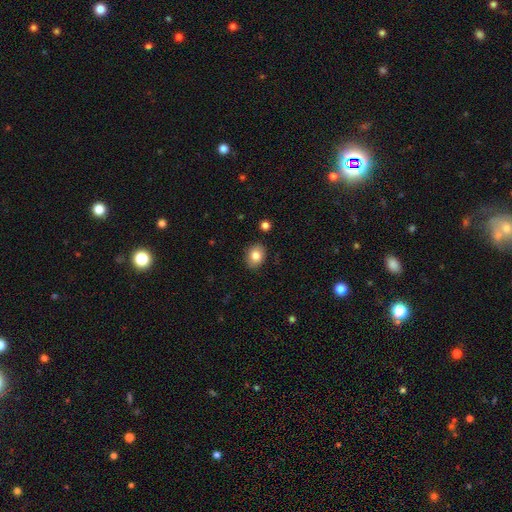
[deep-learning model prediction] Q: Smooth or featured?
A: smooth (82%); runner-up: featured or disk (9%)
Q: How rounded?
A: in between (57%); runner-up: round (42%)
Q: Merging?
A: none (87%); runner-up: minor disturbance (9%)